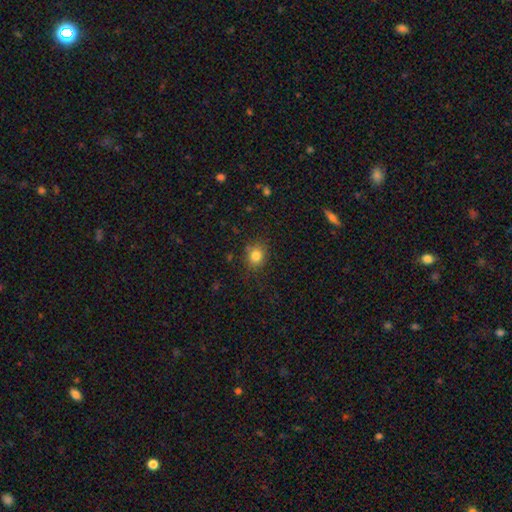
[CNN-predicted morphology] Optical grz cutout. It shows a smooth galaxy with no disk features (82%) that is round (67%). Merging: none (82%).